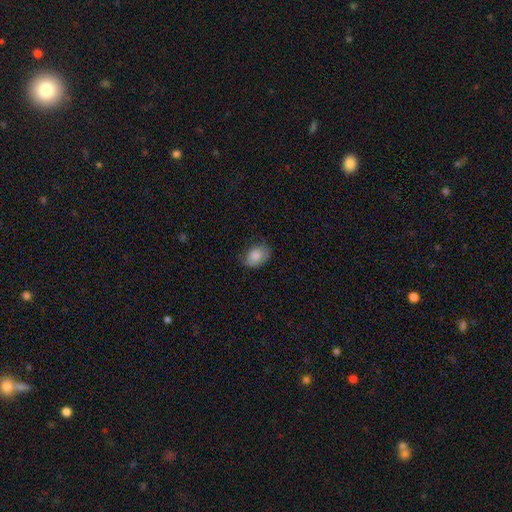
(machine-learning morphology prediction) The model was most divided on "merging": none: 71%, minor disturbance: 23%, major disturbance: 5%, merger: 1%. More confident: smooth or featured — smooth (84%); how rounded — in between (78%).